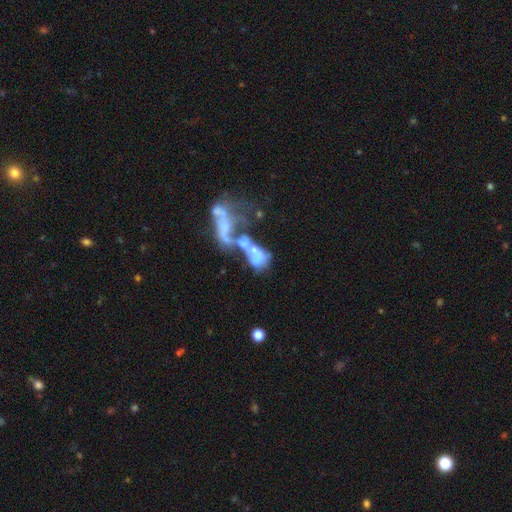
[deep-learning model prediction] Smooth or featured: featured or disk — 57% (smooth — 28%)
Edge-on disk: no — 95% (yes — 5%)
Bar: no — 85% (weak — 10%)
Spiral arms: no — 84% (yes — 16%)
Bulge size: none — 56% (small — 19%)
Merging: merger — 68% (major disturbance — 20%)